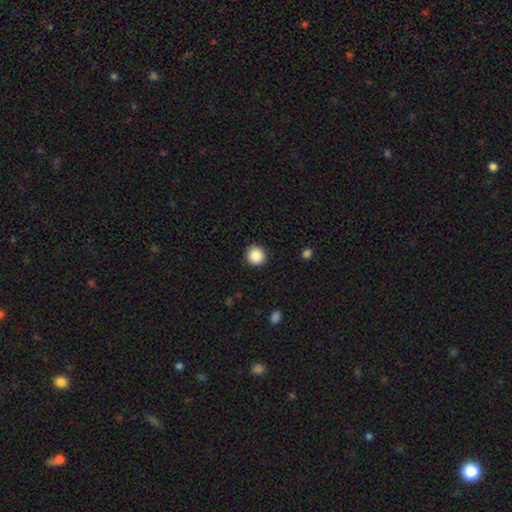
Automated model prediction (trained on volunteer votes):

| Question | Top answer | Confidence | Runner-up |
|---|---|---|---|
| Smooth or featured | smooth | 87% | star or artifact (9%) |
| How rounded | round | 94% | in between (5%) |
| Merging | none | 91% | minor disturbance (6%) |